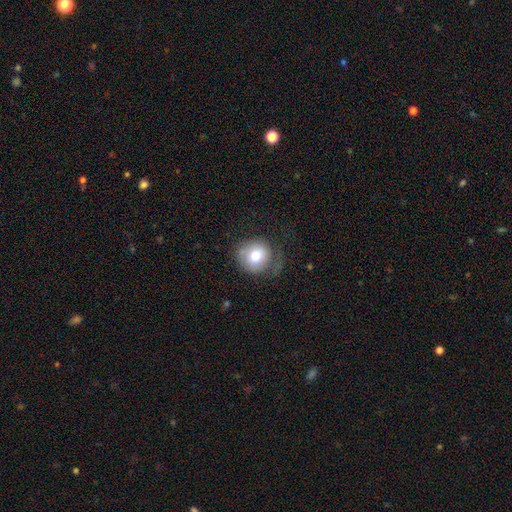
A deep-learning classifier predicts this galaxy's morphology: Smooth or featured: smooth — 73% (featured or disk — 19%)
How rounded: round — 85% (in between — 14%)
Merging: none — 52% (minor disturbance — 25%)